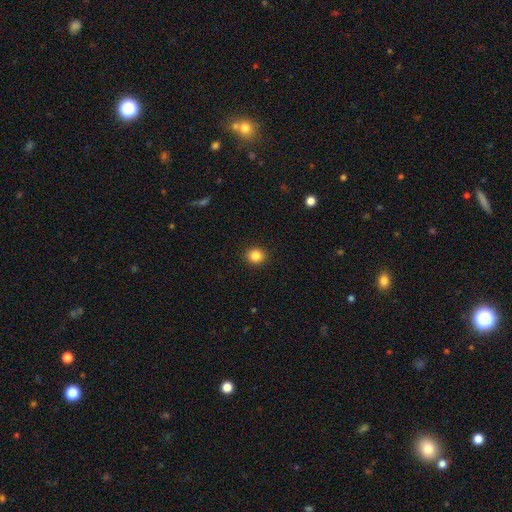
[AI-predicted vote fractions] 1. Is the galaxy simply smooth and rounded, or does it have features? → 85% smooth, 11% star or artifact, 4% featured or disk.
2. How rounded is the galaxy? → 85% round, 14% in between, 1% cigar-shaped.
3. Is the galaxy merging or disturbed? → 92% none, 5% minor disturbance, 2% major disturbance, 1% merger.